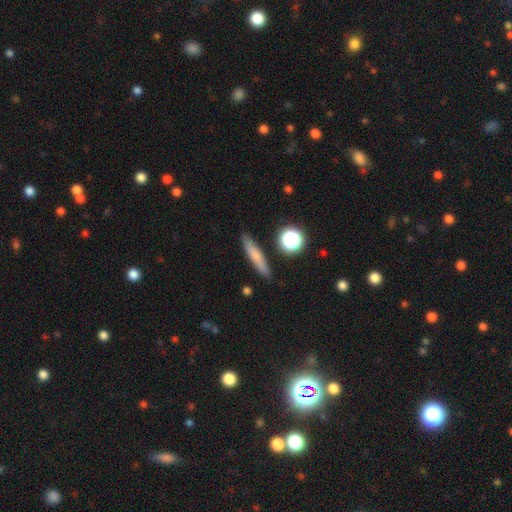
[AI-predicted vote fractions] Overall: smooth (66%). How rounded: cigar-shaped (84%). Merging: none (87%).